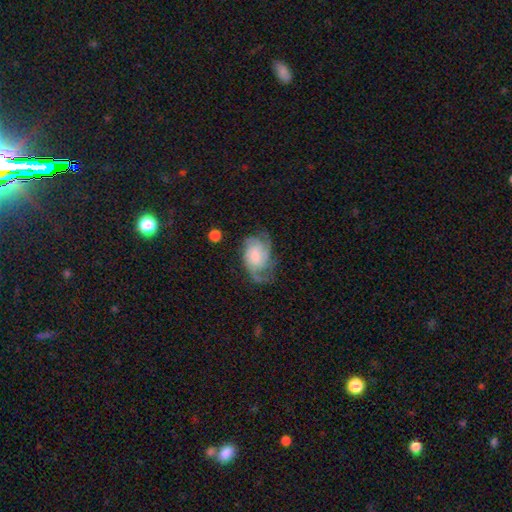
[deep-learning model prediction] Smooth or featured? Predicted: featured or disk (p=0.77). Edge-on disk? Predicted: no (p=0.97). Bar? Predicted: no (p=0.68). Spiral arms? Predicted: yes (p=0.95). Spiral winding? Predicted: tight (p=0.43). Spiral arm count? Predicted: 3 (p=0.33). Bulge size? Predicted: moderate (p=0.32). Merging? Predicted: none (p=0.58).